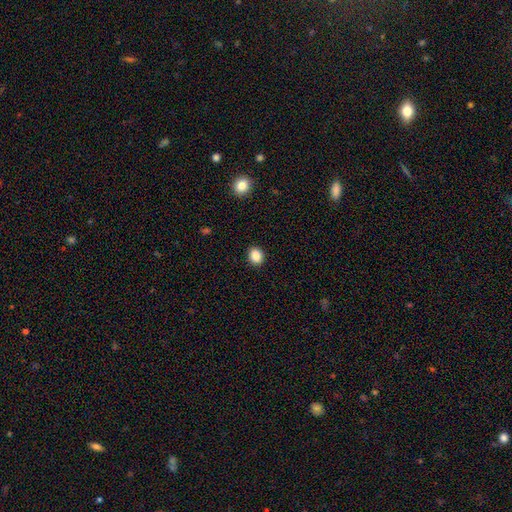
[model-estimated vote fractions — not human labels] The model was most divided on "how rounded": round: 64%, in between: 35%, cigar-shaped: 1%. More confident: merging — none (91%); smooth or featured — smooth (87%).